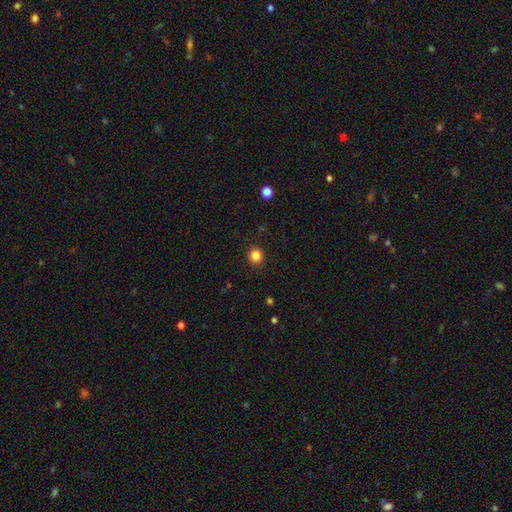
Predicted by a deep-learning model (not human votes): This is clearly a smooth galaxy (84%). How rounded: clearly round (88%). Merging: clearly none (91%).